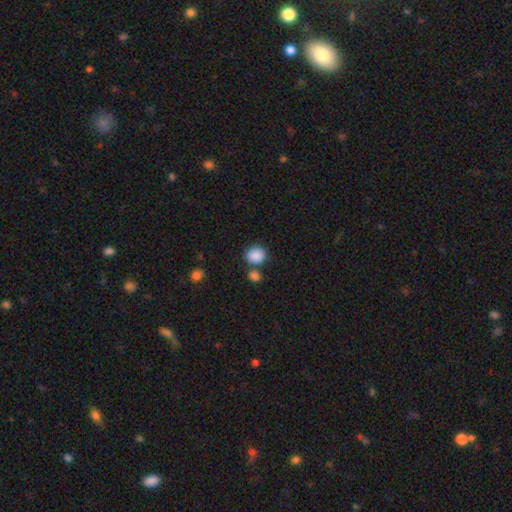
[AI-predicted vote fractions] smooth_or_featured: smooth (p=0.88) [alt: star or artifact p=0.08]
how_rounded: round (p=0.78) [alt: in between p=0.21]
merging: none (p=0.66) [alt: merger p=0.18]